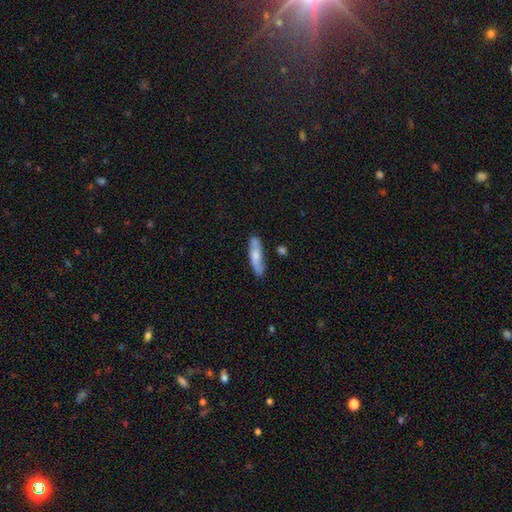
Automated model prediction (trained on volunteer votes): Smooth or featured? Predicted: smooth (p=0.59). How rounded? Predicted: cigar-shaped (p=0.71). Merging? Predicted: none (p=0.74).